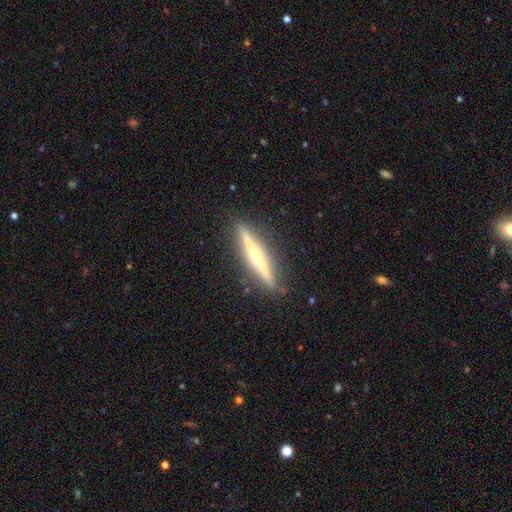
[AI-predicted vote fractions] A featured or disk galaxy (68%) viewed edge-on (97%) with a rounded central bulge (46%). Merging: none (90%).